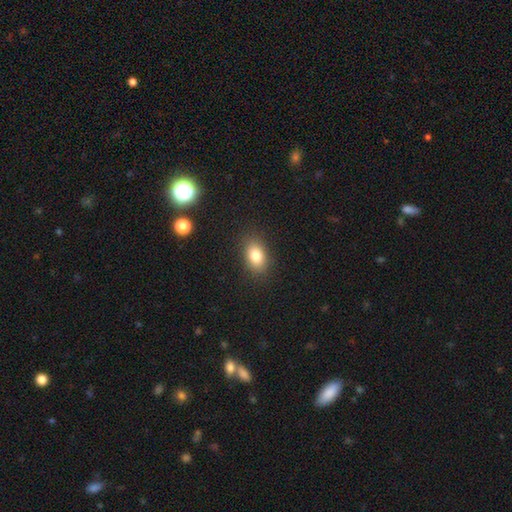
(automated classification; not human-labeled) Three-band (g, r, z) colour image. It shows a smooth galaxy with no disk features (82%) that is in between round and cigar-shaped (83%). Merging: none (86%).